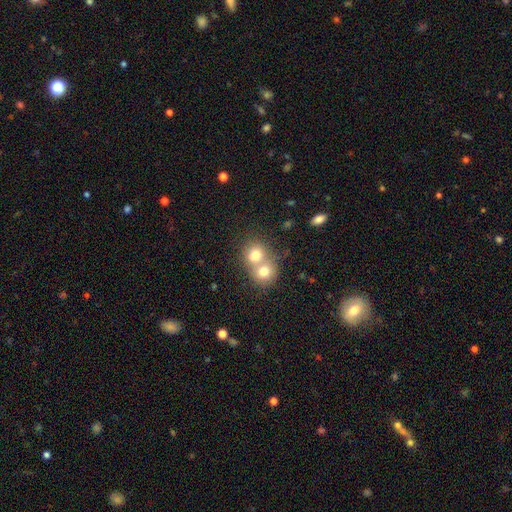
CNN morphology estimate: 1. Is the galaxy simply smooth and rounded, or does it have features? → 73% smooth, 16% featured or disk, 11% star or artifact.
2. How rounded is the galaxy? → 77% round, 22% in between, 1% cigar-shaped.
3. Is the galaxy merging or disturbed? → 66% merger, 28% none, 4% minor disturbance, 2% major disturbance.